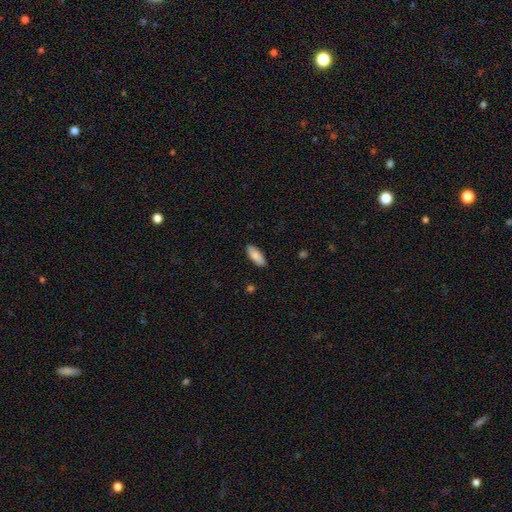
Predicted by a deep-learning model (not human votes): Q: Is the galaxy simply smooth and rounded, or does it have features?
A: smooth — 87%.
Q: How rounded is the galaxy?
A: in between — 78%.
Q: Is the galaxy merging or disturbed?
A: none — 89%.